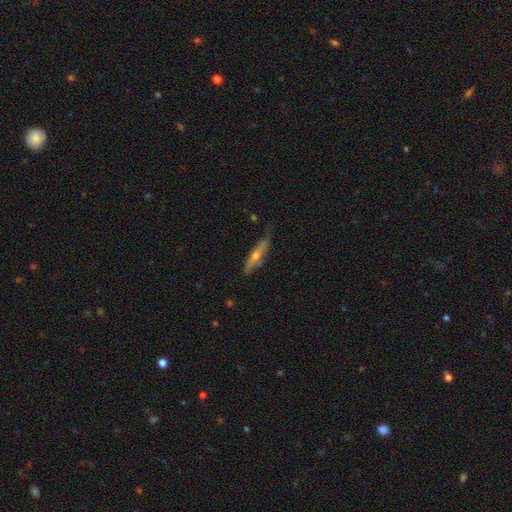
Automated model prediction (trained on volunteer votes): smooth_or_featured: featured or disk (p=0.54) [alt: smooth p=0.39]
disk_edge_on: yes (p=0.76) [alt: no p=0.24]
merging: none (p=0.70) [alt: minor disturbance p=0.24]